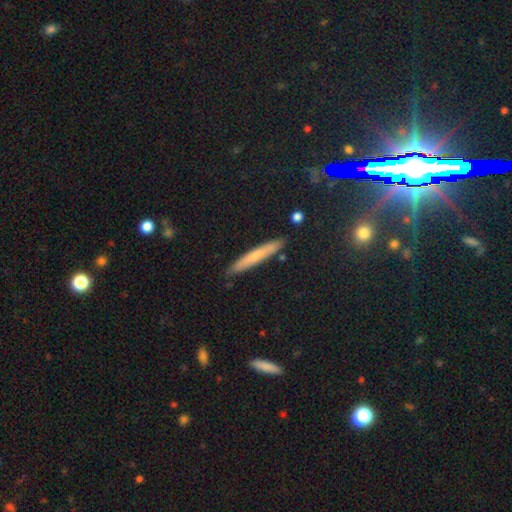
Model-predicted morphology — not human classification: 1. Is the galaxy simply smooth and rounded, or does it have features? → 61% smooth, 30% featured or disk, 9% star or artifact.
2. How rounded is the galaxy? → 94% cigar-shaped, 4% in between, 2% round.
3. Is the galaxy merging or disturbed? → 88% none, 9% minor disturbance, 2% merger, 2% major disturbance.